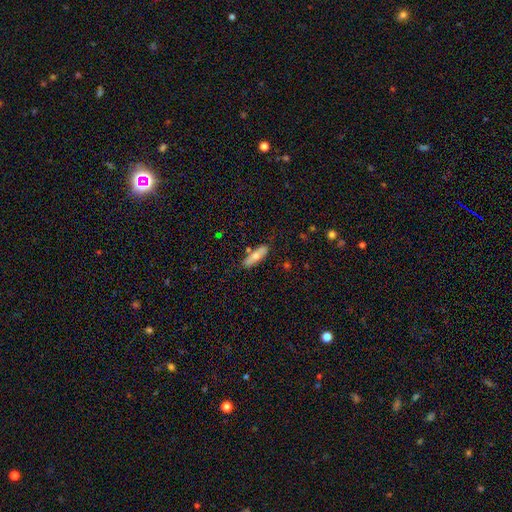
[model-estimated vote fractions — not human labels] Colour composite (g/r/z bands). It shows a smooth galaxy with no disk features (67%) that is cigar-shaped (53%). Merging: none (79%).